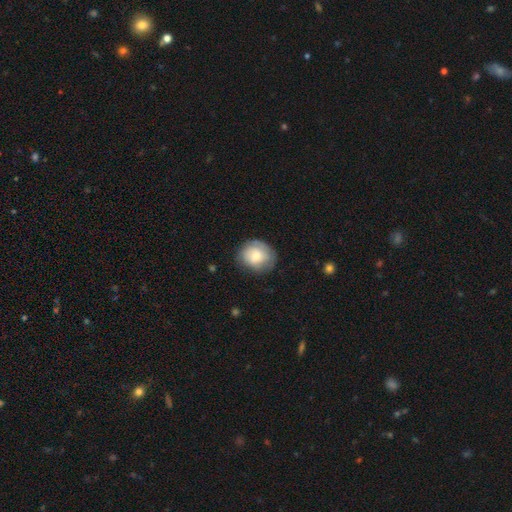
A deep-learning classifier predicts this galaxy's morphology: Smooth or featured?
  - smooth: 58% *
  - featured or disk: 35%
  - star or artifact: 7%
How rounded?
  - round: 76% *
  - in between: 23%
  - cigar-shaped: 1%
Merging?
  - none: 72% *
  - minor disturbance: 20%
  - major disturbance: 7%
  - merger: 1%